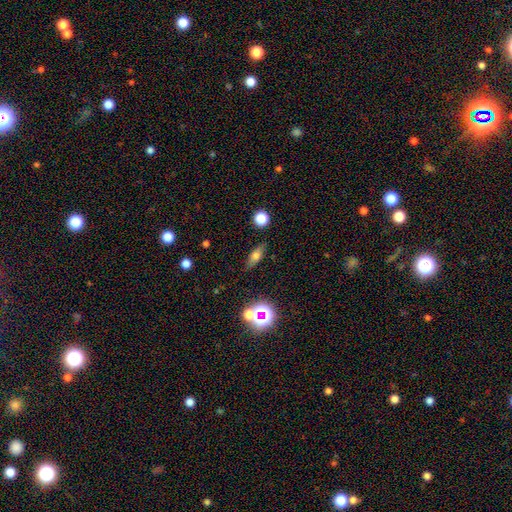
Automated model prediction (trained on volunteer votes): Smooth or featured: smooth — 60% (featured or disk — 26%)
How rounded: in between — 53% (cigar-shaped — 38%)
Merging: none — 84% (minor disturbance — 10%)